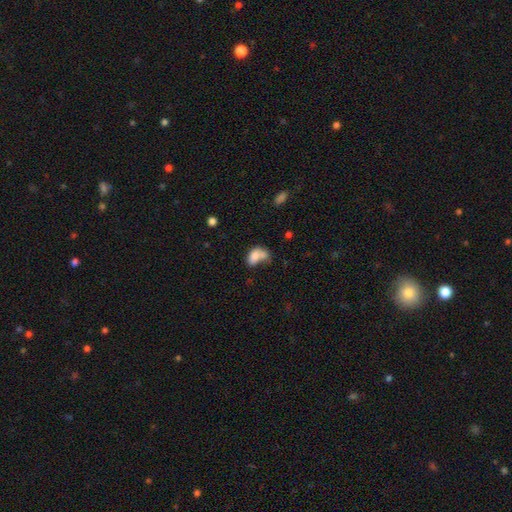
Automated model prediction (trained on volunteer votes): This appears to be a smooth galaxy with no disk features (74%) that is in between round and cigar-shaped (85%). Merging: merger (50%).